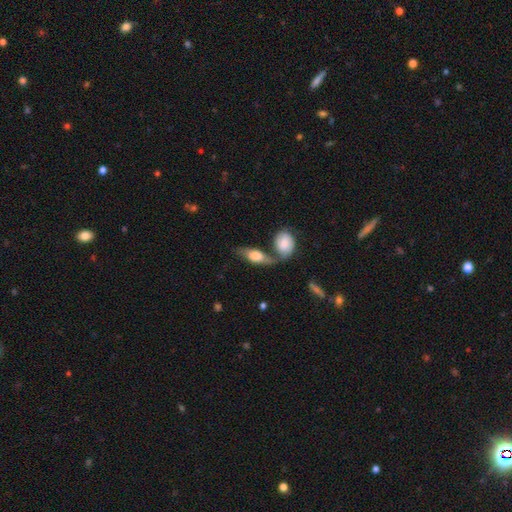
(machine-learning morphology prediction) This is possibly a smooth galaxy (52%). How rounded: likely in between (78%). Merging: possibly merger (49%).